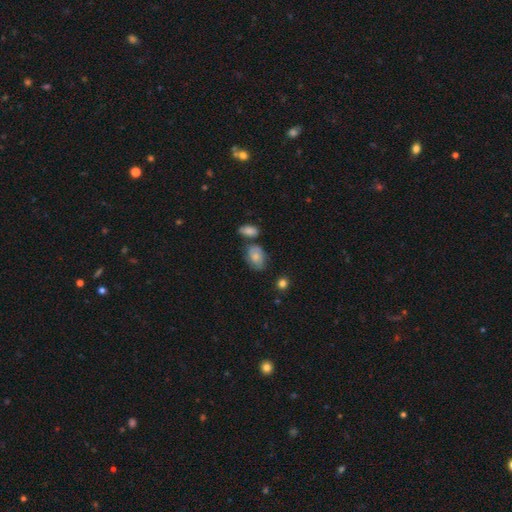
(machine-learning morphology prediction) This is likely a smooth galaxy (63%). How rounded: likely in between (77%). Merging: possibly none (53%).